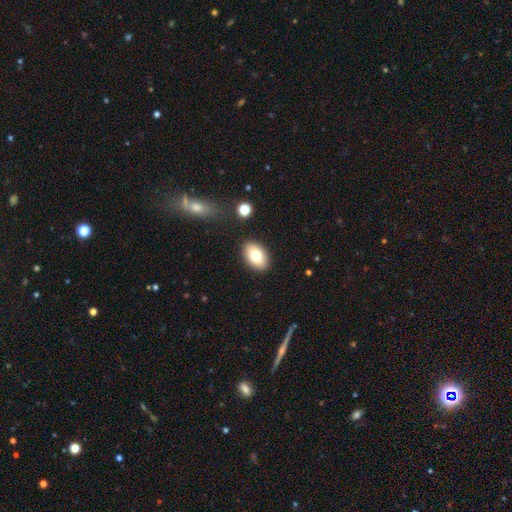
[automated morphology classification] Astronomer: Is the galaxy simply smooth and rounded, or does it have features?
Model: smooth — 79%.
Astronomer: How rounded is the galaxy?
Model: in between — 89%.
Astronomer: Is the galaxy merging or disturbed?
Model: none — 88%.